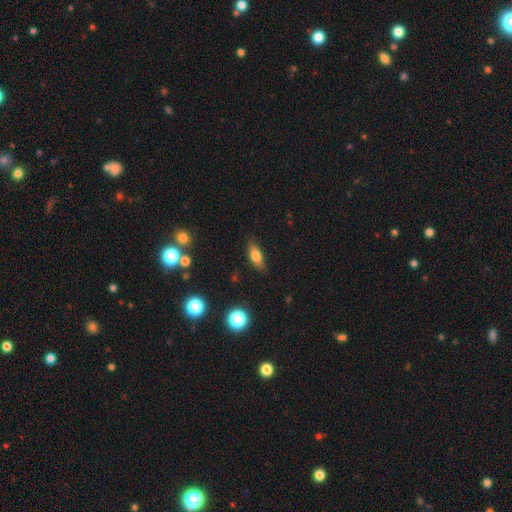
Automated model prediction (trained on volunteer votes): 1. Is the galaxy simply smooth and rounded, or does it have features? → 74% smooth, 17% featured or disk, 9% star or artifact.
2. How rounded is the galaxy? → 72% in between, 23% cigar-shaped, 5% round.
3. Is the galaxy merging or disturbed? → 84% none, 12% minor disturbance, 3% major disturbance, 1% merger.